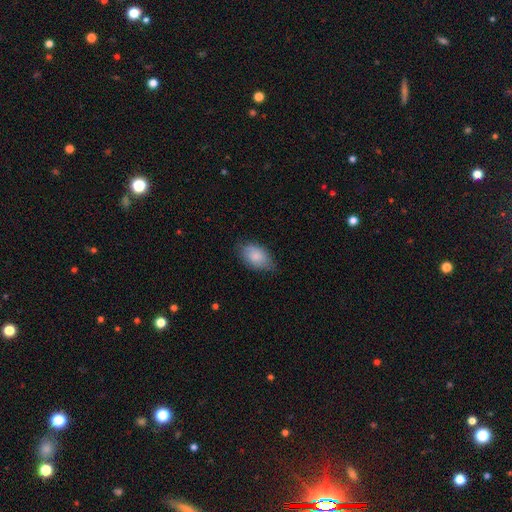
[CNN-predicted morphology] Smooth or featured? Predicted: smooth (p=0.83). How rounded? Predicted: in between (p=0.91). Merging? Predicted: none (p=0.65).